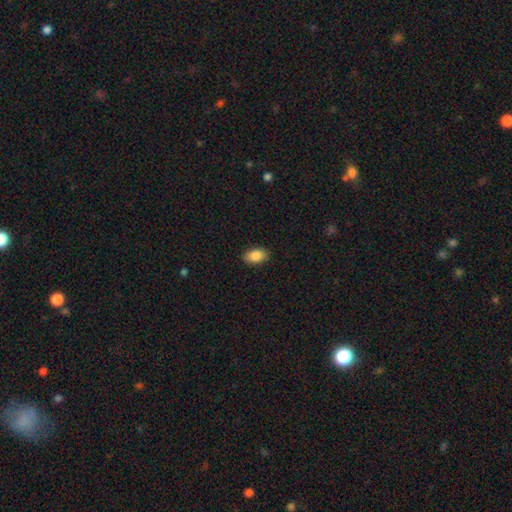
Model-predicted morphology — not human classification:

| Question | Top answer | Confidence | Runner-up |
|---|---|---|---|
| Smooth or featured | smooth | 86% | star or artifact (7%) |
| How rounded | in between | 91% | round (7%) |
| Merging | none | 89% | minor disturbance (8%) |